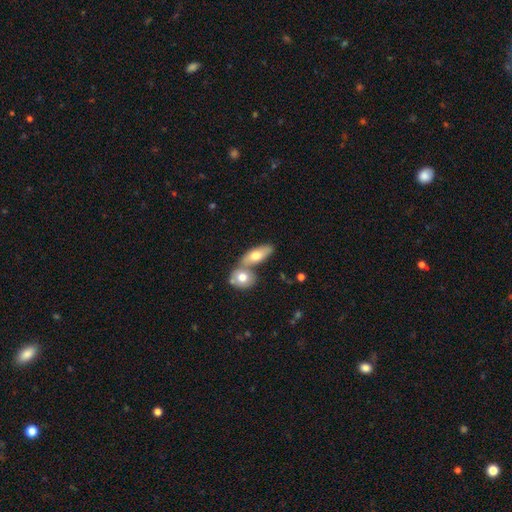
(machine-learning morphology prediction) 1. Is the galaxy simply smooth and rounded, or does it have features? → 67% smooth, 27% featured or disk, 6% star or artifact.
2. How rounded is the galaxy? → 74% in between, 18% cigar-shaped, 7% round.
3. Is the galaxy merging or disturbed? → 52% merger, 37% none, 8% minor disturbance, 3% major disturbance.